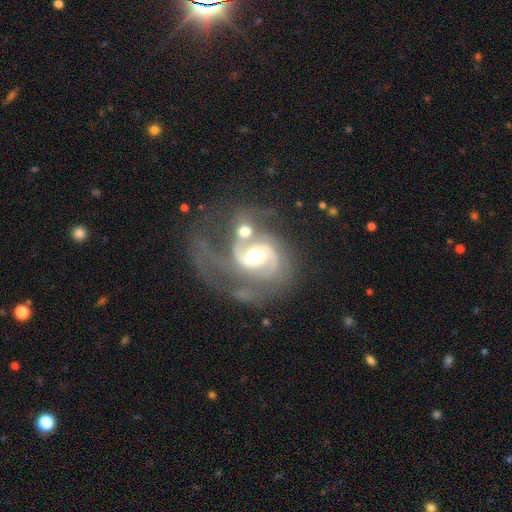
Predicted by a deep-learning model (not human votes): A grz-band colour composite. It shows a featured or disk galaxy (89%) with a weak bar (45%), 2 (73%) medium (51%) spiral arms (97%) and a moderate central bulge (64%). Merging: merger (40%).